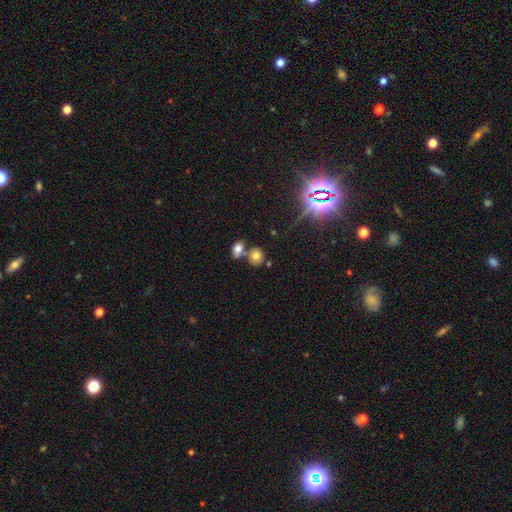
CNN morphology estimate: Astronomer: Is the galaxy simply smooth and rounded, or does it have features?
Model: smooth — 69%.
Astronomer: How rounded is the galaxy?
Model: round — 65%.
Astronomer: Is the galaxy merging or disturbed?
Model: none — 59%.